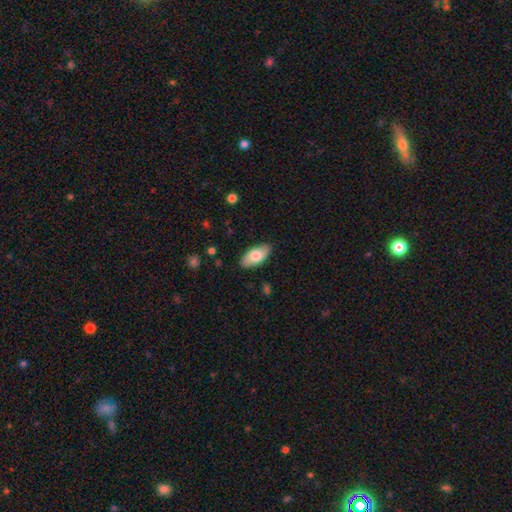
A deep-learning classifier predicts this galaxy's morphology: This is likely a smooth galaxy (74%). How rounded: clearly in between (92%). Merging: clearly none (86%).